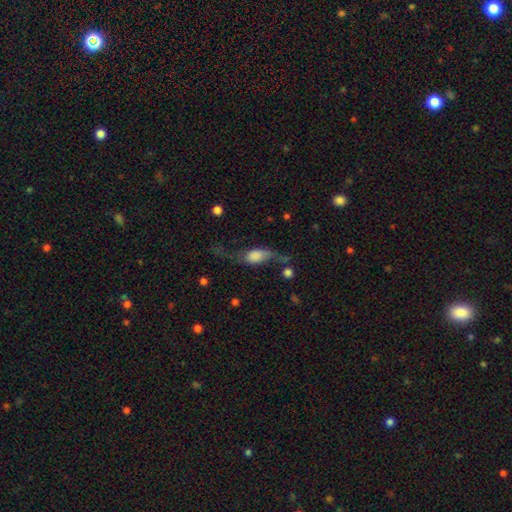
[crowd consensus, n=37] smooth_or_featured: smooth (p=0.57) [alt: featured or disk p=0.43]
how_rounded: in between (p=0.86) [alt: round p=0.14]
merging: major disturbance (p=0.43) [alt: minor disturbance p=0.27]